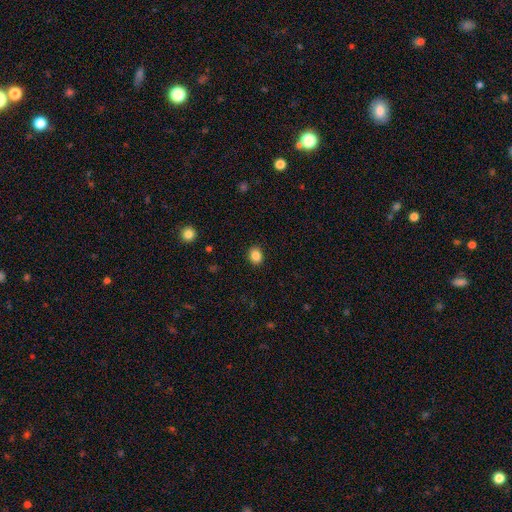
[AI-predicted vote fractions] The model was most divided on "how rounded": round: 53%, in between: 46%, cigar-shaped: 1%. More confident: merging — none (90%); smooth or featured — smooth (86%).